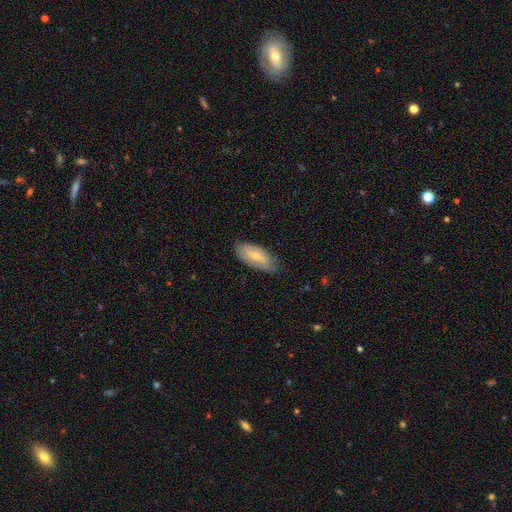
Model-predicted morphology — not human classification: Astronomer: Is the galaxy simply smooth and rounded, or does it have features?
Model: smooth — 59% (runner-up: featured or disk, 35%).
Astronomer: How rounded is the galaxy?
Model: in between — 87%.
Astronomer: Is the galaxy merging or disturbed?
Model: none — 77%.